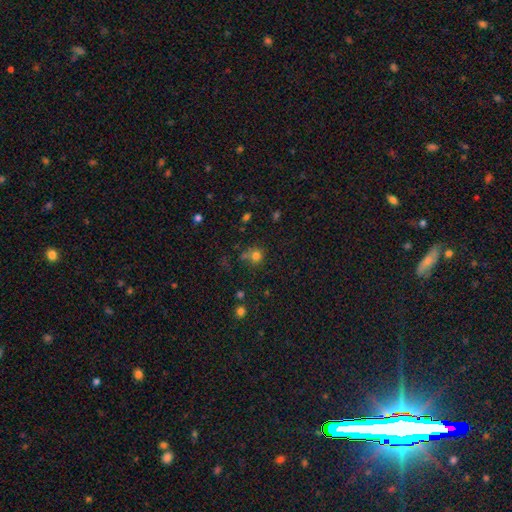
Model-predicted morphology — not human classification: A smooth galaxy with no disk features (74%) that is round (83%).

Vote fractions:
- Smooth or featured? smooth: 74% / star or artifact: 18% / featured or disk: 8%
- How rounded? round: 83% / in between: 16% / cigar-shaped: 1%
- Merging? none: 57% / merger: 18% / minor disturbance: 16% / major disturbance: 9%